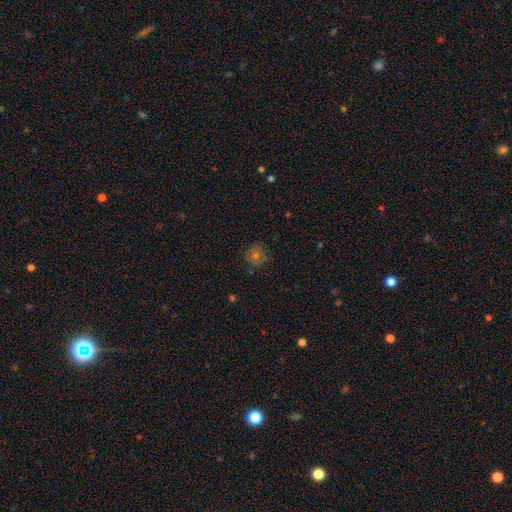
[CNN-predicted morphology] smooth 55%, star or artifact 25%, featured or disk 20%. Down the decision tree: how rounded — round (91%); merging — none (82%).